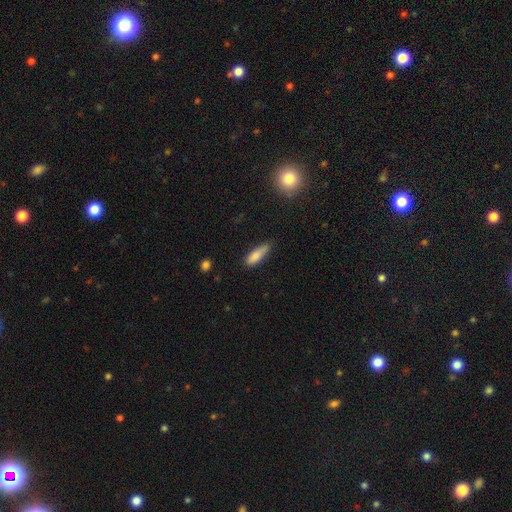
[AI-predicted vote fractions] Smooth or featured?
  - smooth: 83% *
  - featured or disk: 10%
  - star or artifact: 7%
How rounded?
  - cigar-shaped: 49% * (tied)
  - in between: 49% * (tied)
  - round: 2%
Merging?
  - none: 59% *
  - minor disturbance: 32%
  - major disturbance: 6%
  - merger: 3%